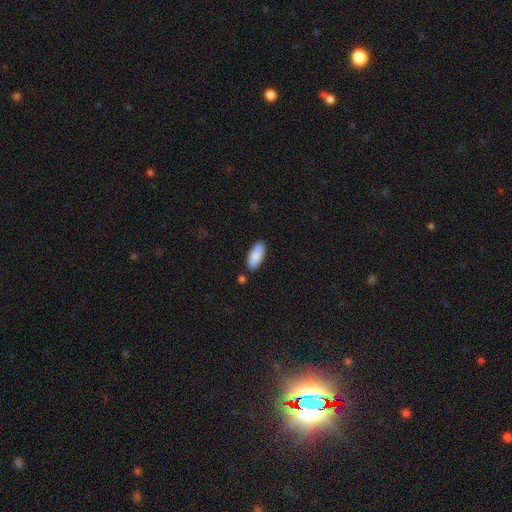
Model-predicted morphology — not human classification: smooth_or_featured: smooth (p=0.88) [alt: featured or disk p=0.06]
how_rounded: in between (p=0.84) [alt: cigar-shaped p=0.14]
merging: none (p=0.83) [alt: minor disturbance p=0.11]